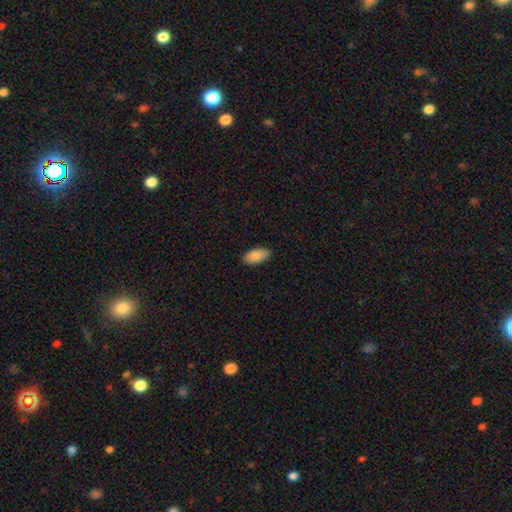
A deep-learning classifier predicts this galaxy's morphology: smooth 89%, star or artifact 6%, featured or disk 5%. Down the decision tree: how rounded — in between (95%); merging — none (87%).